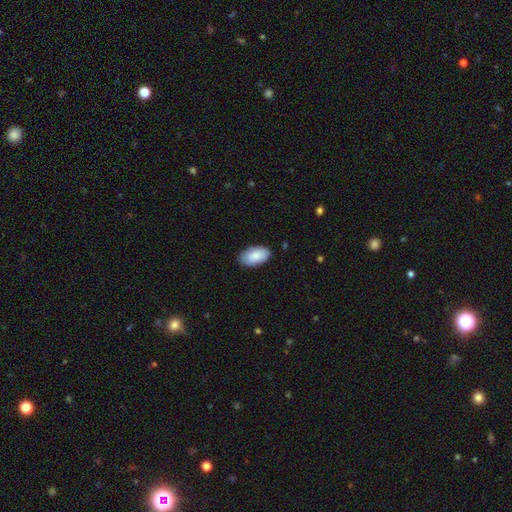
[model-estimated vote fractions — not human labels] The model was most divided on "merging": none: 85%, minor disturbance: 12%, major disturbance: 2%, merger: 1%. More confident: how rounded — in between (96%); smooth or featured — smooth (87%).